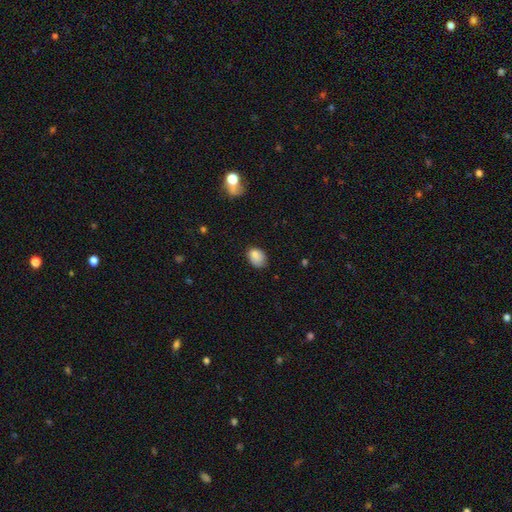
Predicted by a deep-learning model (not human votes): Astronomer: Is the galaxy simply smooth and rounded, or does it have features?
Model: smooth — 84%.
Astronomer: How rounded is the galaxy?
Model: in between — 72%.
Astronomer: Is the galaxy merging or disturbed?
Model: none — 61%.